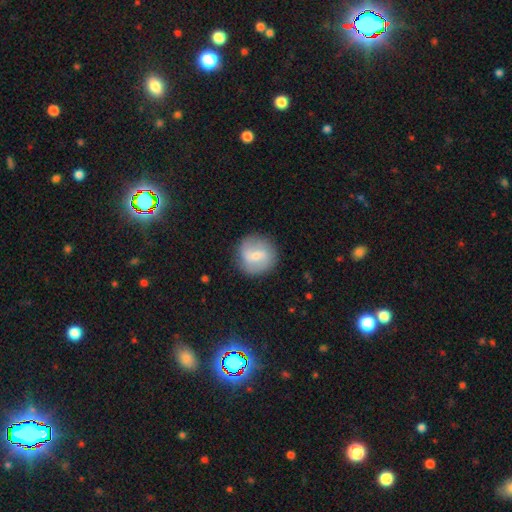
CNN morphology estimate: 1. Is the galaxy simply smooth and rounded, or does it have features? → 55% smooth, 38% featured or disk, 7% star or artifact.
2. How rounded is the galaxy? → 91% round, 8% in between, 1% cigar-shaped.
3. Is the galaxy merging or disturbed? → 81% none, 12% minor disturbance, 5% major disturbance, 2% merger.